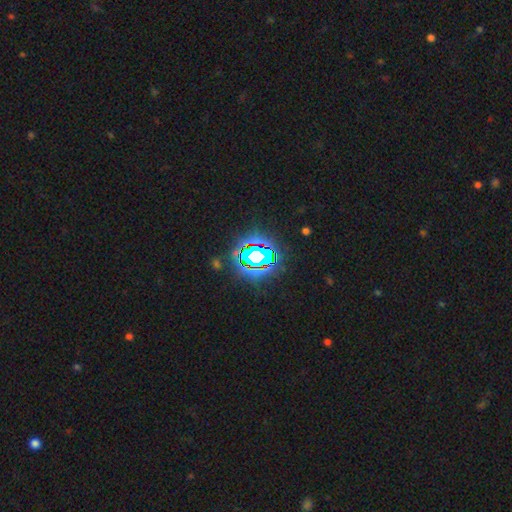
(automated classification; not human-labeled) This is likely a star or artifact rather than a galaxy (73%).